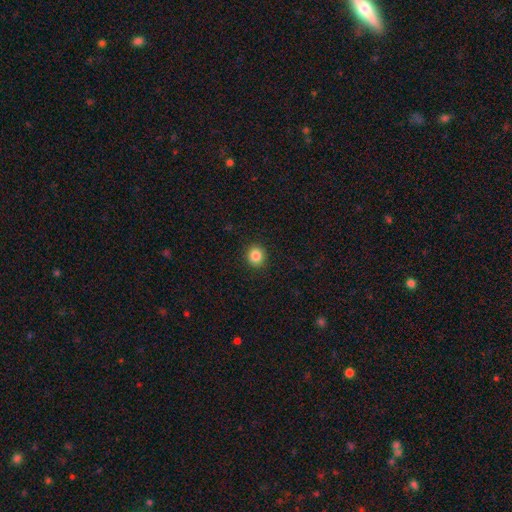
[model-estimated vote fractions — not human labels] A smooth galaxy with no disk features (85%) that is round (85%). Merging: none (92%).